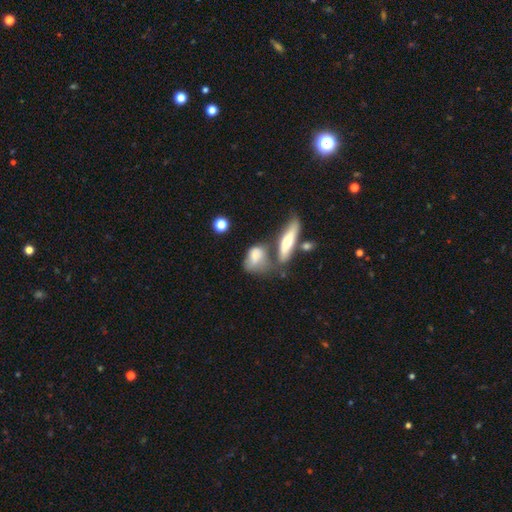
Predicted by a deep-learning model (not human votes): A smooth galaxy with no disk features (66%) that is in between round and cigar-shaped (74%).

Vote fractions:
- Smooth or featured? smooth: 66% / featured or disk: 26% / star or artifact: 8%
- How rounded? in between: 74% / round: 17% / cigar-shaped: 9%
- Merging? merger: 36% / none: 27% / minor disturbance: 21% / major disturbance: 16%